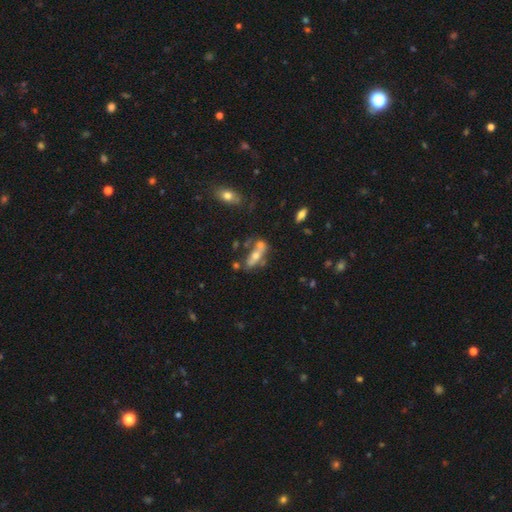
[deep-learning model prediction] Smooth or featured: featured or disk — 47% (smooth — 43%)
Merging: none — 39% (merger — 34%)